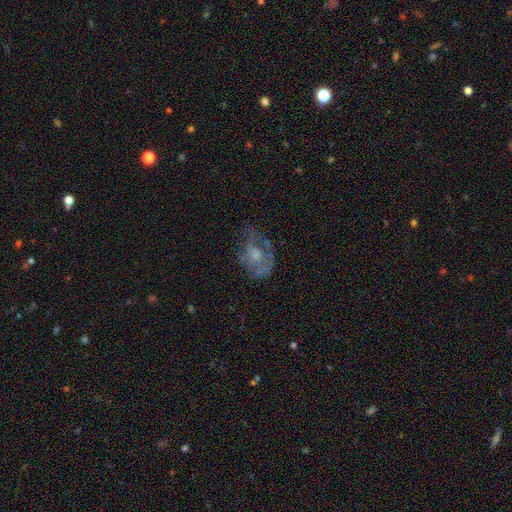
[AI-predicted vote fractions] A featured or disk galaxy (60%) with no bar (79%), no spiral arms (52%) and a moderate central bulge (45%). Merging: none (45%).